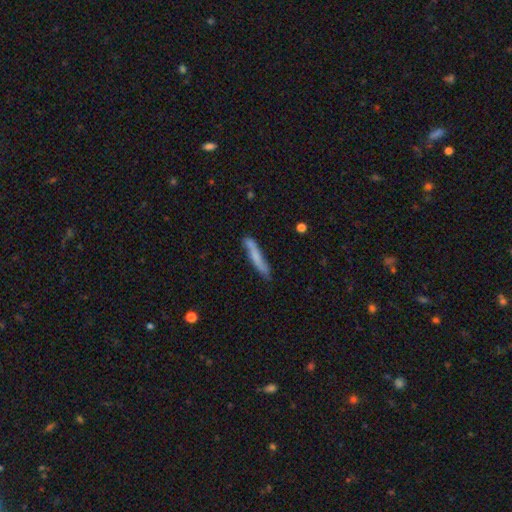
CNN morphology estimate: Q: Smooth or featured?
A: smooth (61%); runner-up: featured or disk (33%)
Q: How rounded?
A: cigar-shaped (94%); runner-up: in between (5%)
Q: Merging?
A: none (74%); runner-up: minor disturbance (19%)